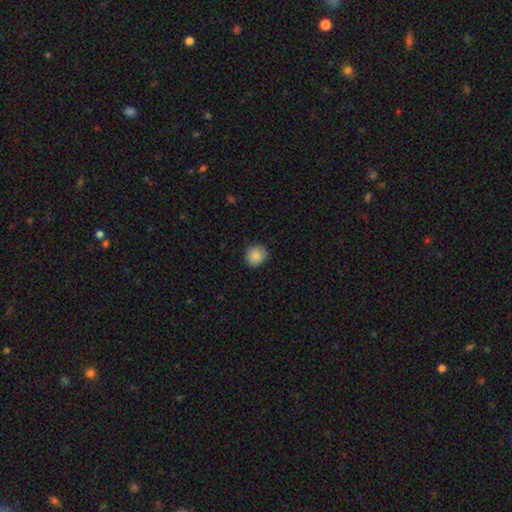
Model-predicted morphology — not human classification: Smooth or featured? smooth (87%)
How rounded? round (85%)
Merging? none (87%)